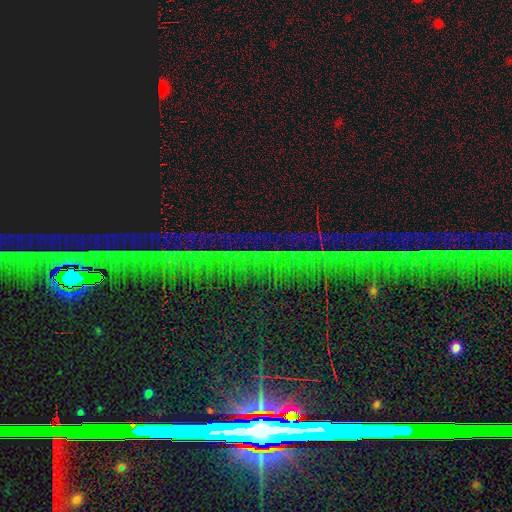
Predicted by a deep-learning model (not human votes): Morphology: type=star or artifact (83%).